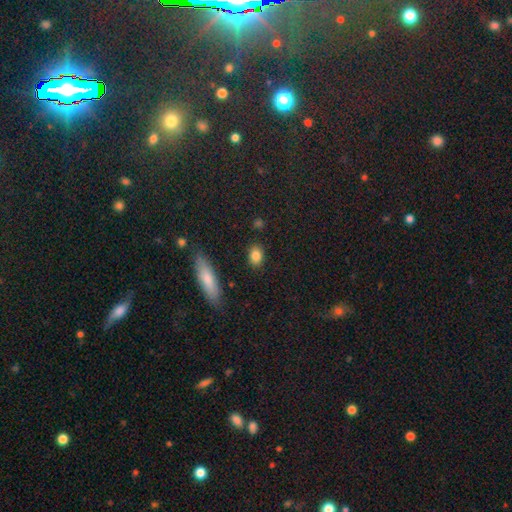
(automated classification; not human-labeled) Smooth or featured? Predicted: smooth (p=0.85). How rounded? Predicted: in between (p=0.70). Merging? Predicted: none (p=0.86).